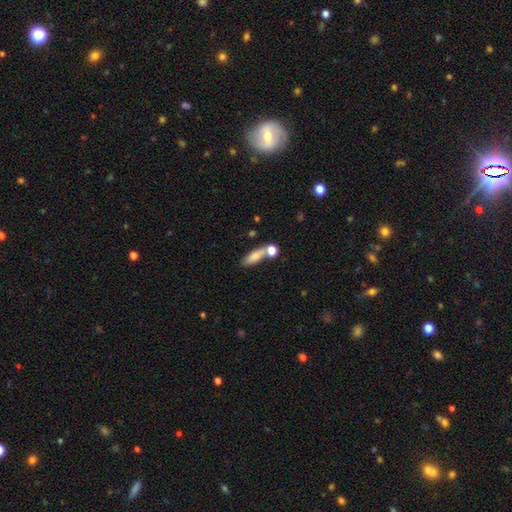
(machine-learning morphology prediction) A smooth galaxy with no disk features (77%) that is in between round and cigar-shaped (62%).

Vote fractions:
- Smooth or featured? smooth: 77% / featured or disk: 14% / star or artifact: 8%
- How rounded? in between: 62% / cigar-shaped: 33% / round: 6%
- Merging? none: 50% / merger: 31% / minor disturbance: 14% / major disturbance: 6%